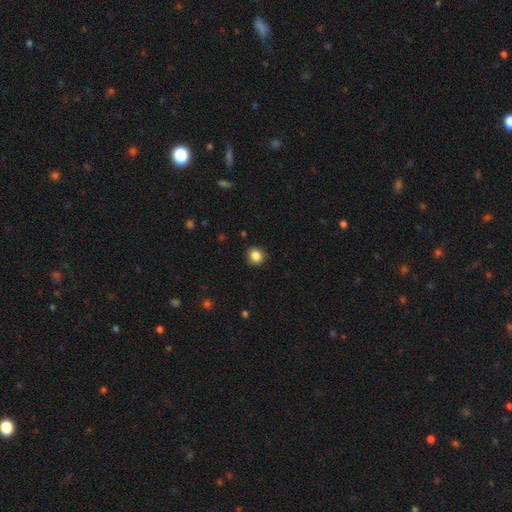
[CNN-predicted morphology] smooth 86%, star or artifact 10%, featured or disk 4%. Down the decision tree: how rounded — round (87%); merging — none (90%).